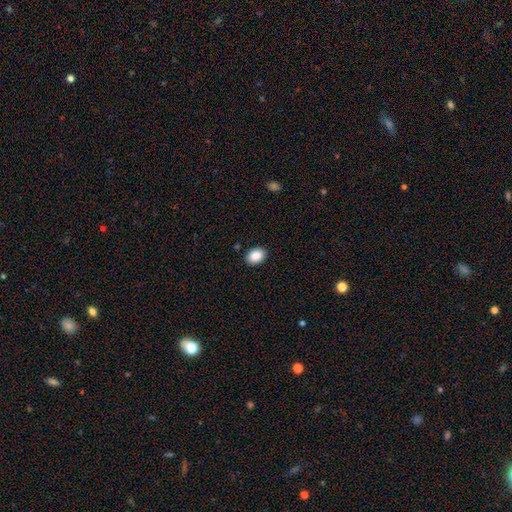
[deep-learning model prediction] Smooth or featured? Predicted: smooth (p=0.89). How rounded? Predicted: in between (p=0.70). Merging? Predicted: none (p=0.89).